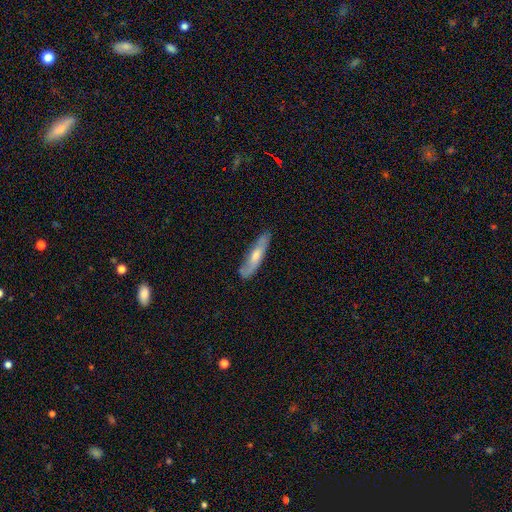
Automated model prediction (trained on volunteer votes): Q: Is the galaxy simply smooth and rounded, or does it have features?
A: smooth — 47%, tied with featured or disk.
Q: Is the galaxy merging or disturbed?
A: none — 78%.